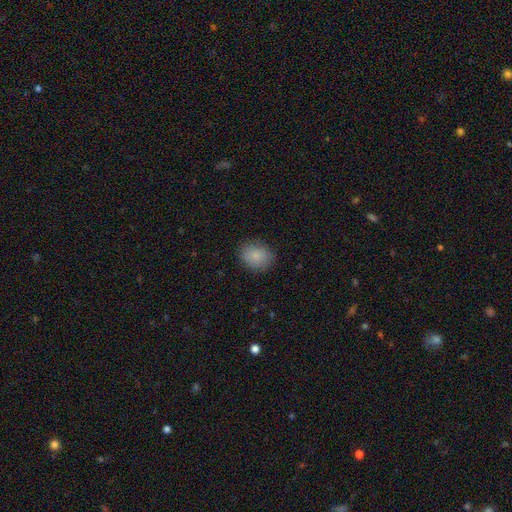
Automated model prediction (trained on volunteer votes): Smooth or featured: smooth — 84% (star or artifact — 9%)
How rounded: round — 55% (in between — 44%)
Merging: none — 85% (minor disturbance — 11%)